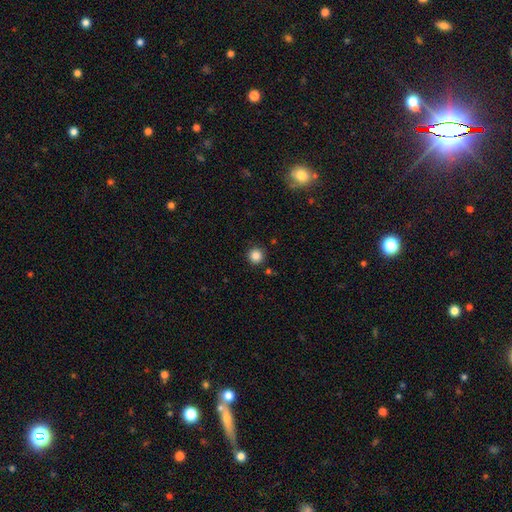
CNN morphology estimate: Smooth or featured?
  - smooth: 85% *
  - star or artifact: 11%
  - featured or disk: 4%
How rounded?
  - round: 96% *
  - in between: 4%
  - cigar-shaped: 1%
Merging?
  - none: 90% *
  - minor disturbance: 6%
  - merger: 2%
  - major disturbance: 2%